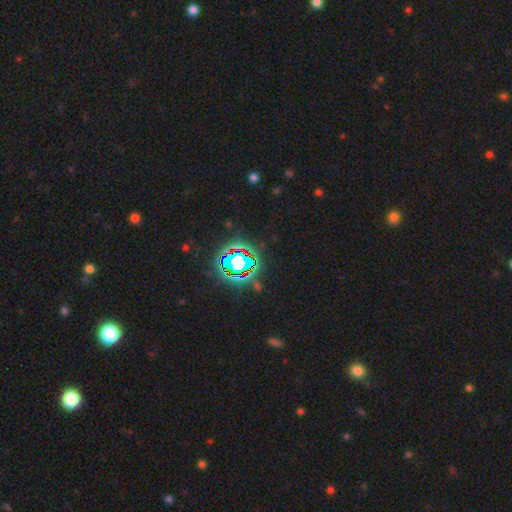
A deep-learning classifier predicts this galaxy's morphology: star or artifact 84%, smooth 10%, featured or disk 7%.